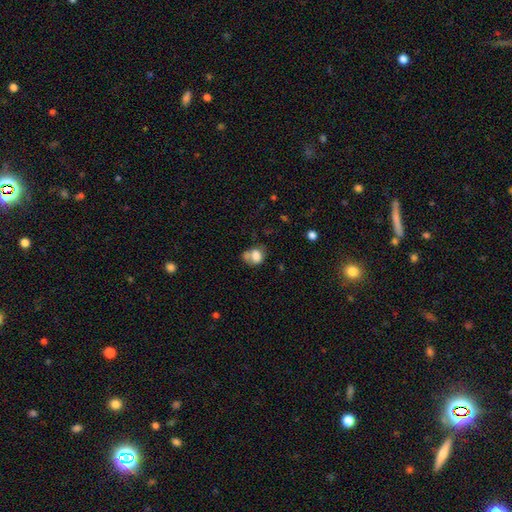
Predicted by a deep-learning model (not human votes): This appears to be a smooth galaxy with no disk features (74%) that is in between round and cigar-shaped (58%). Merging: merger (36%).